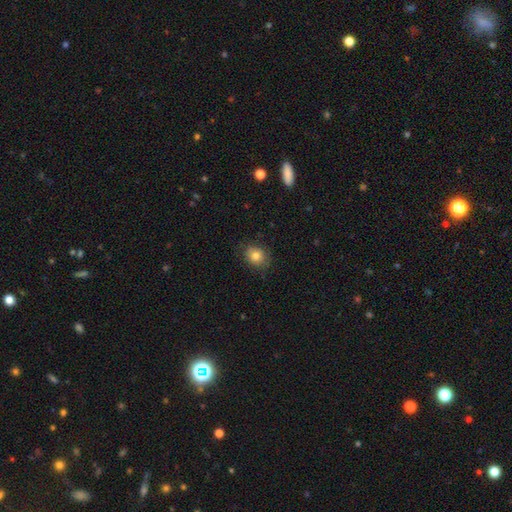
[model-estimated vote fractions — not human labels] This appears to be a smooth galaxy with no disk features (82%) that is round (57%). Merging: none (82%).